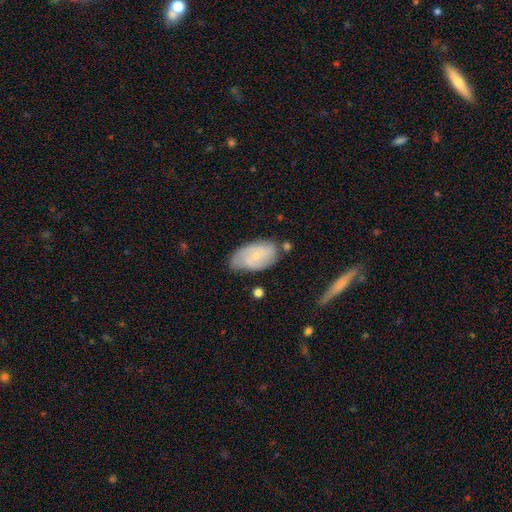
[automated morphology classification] This appears to be a featured or disk galaxy (56%) with no bar (65%), spiral arms (85%) and a small central bulge (75%). Merging: none (65%).